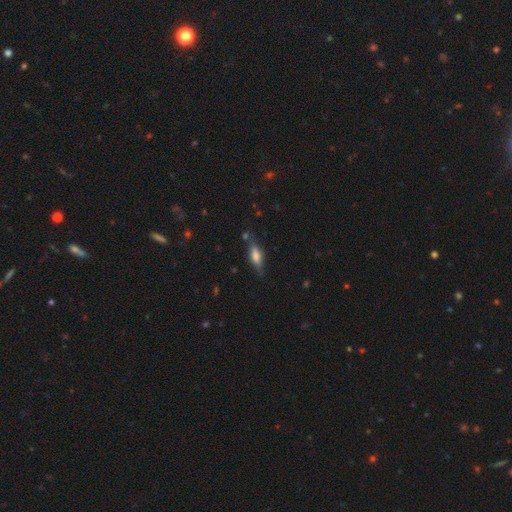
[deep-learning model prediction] Smooth or featured?
  - smooth: 48% *
  - featured or disk: 44%
  - star or artifact: 8%
Merging?
  - none: 75% *
  - minor disturbance: 17%
  - major disturbance: 4%
  - merger: 4%